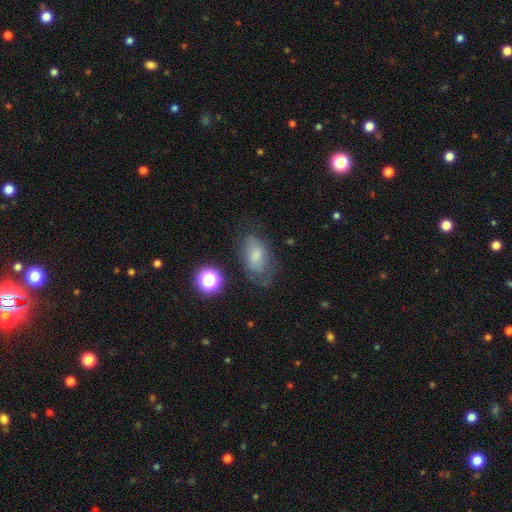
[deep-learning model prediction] Smooth or featured? smooth (67%)
How rounded? in between (89%)
Merging? none (54%)